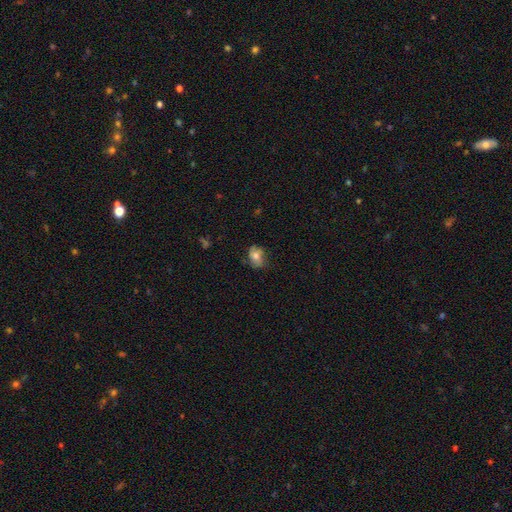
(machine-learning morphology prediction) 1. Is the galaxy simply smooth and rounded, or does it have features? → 59% smooth, 31% featured or disk, 10% star or artifact.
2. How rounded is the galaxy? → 67% in between, 32% round, 2% cigar-shaped.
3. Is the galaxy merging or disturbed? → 61% none, 28% minor disturbance, 10% major disturbance, 2% merger.